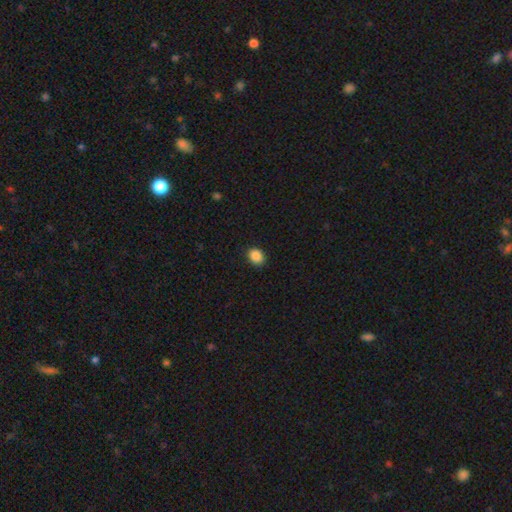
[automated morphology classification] This appears to be a smooth galaxy with no disk features (88%) that is round (54%). Merging: none (89%).